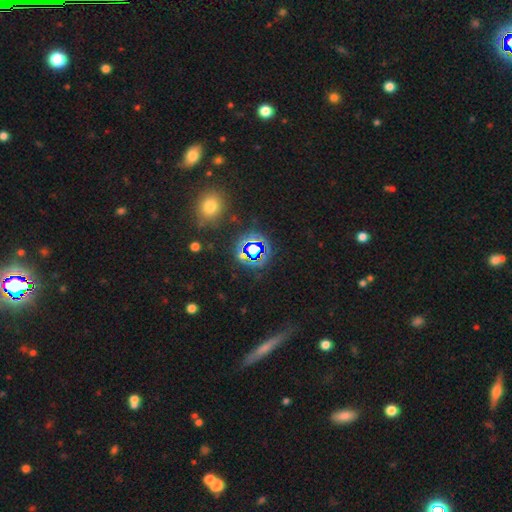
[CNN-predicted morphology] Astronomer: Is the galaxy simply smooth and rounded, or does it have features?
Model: star or artifact — 71%.